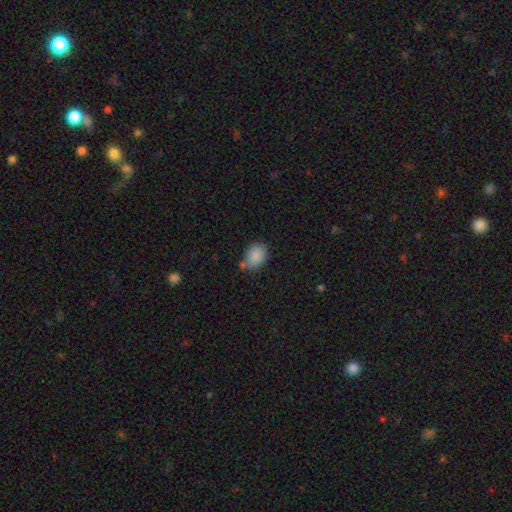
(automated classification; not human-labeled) smooth-or-featured: smooth: 87% | star or artifact: 8% | featured or disk: 5%
  how-rounded: in between: 67% | round: 32% | cigar-shaped: 1%
  merging: none: 63% | minor disturbance: 21% | merger: 10% | major disturbance: 5%